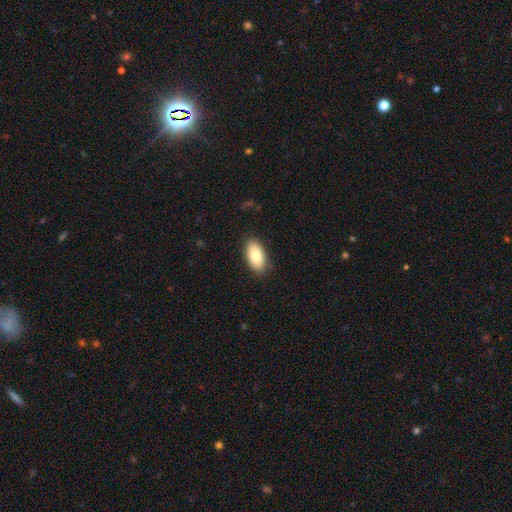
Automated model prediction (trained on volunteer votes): The model was most divided on "smooth or featured": smooth: 83%, featured or disk: 11%, star or artifact: 6%. More confident: how rounded — in between (94%); merging — none (87%).